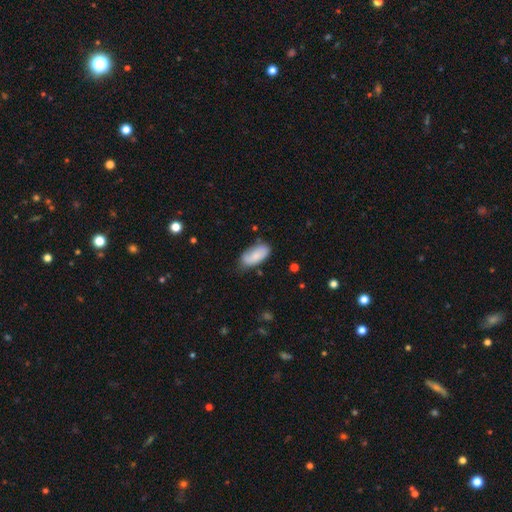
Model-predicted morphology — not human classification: A smooth galaxy with no disk features (79%) that is in between round and cigar-shaped (92%).

Vote fractions:
- Smooth or featured? smooth: 79% / featured or disk: 14% / star or artifact: 6%
- How rounded? in between: 92% / cigar-shaped: 6% / round: 2%
- Merging? none: 64% / minor disturbance: 28% / major disturbance: 6% / merger: 3%